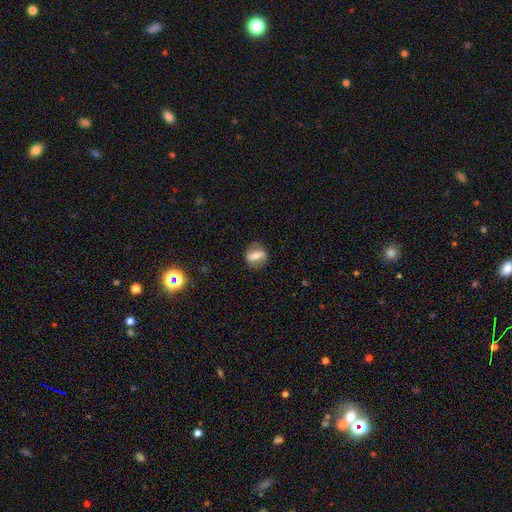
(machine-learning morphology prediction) Smooth or featured: smooth — 50% (featured or disk — 41%)
Merging: none — 81% (minor disturbance — 13%)